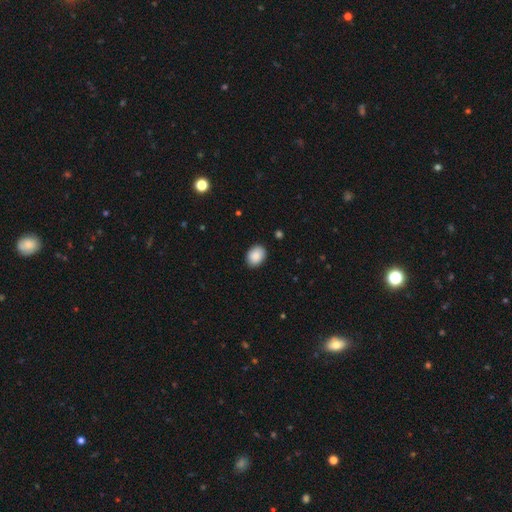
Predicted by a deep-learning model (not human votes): Smooth or featured?
  - smooth: 90% *
  - star or artifact: 7%
  - featured or disk: 3%
How rounded?
  - in between: 66% *
  - round: 33%
  - cigar-shaped: 1%
Merging?
  - none: 88% *
  - minor disturbance: 9%
  - major disturbance: 2%
  - merger: 1%